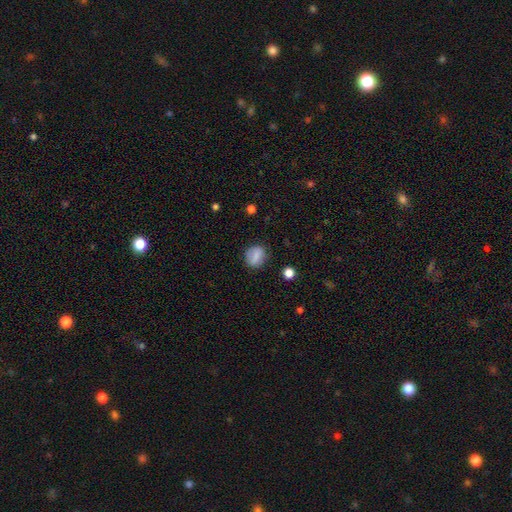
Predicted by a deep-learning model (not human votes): Smooth or featured?
  - smooth: 74% *
  - featured or disk: 17%
  - star or artifact: 9%
How rounded?
  - round: 60% *
  - in between: 38%
  - cigar-shaped: 2%
Merging?
  - none: 81% *
  - minor disturbance: 13%
  - major disturbance: 4%
  - merger: 2%